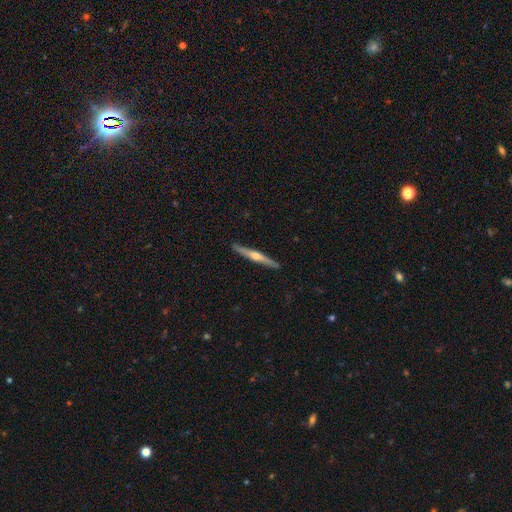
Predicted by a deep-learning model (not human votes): A featured or disk galaxy (70%) viewed edge-on (97%) with a rounded central bulge (89%).

Vote fractions:
- Smooth or featured? featured or disk: 70% / smooth: 25% / star or artifact: 5%
- Edge-on disk? yes: 97% / no: 3%
- Edge-on bulge? rounded: 89% / none: 8% / boxy: 4%
- Merging? none: 91% / minor disturbance: 7% / major disturbance: 1% / merger: 1%